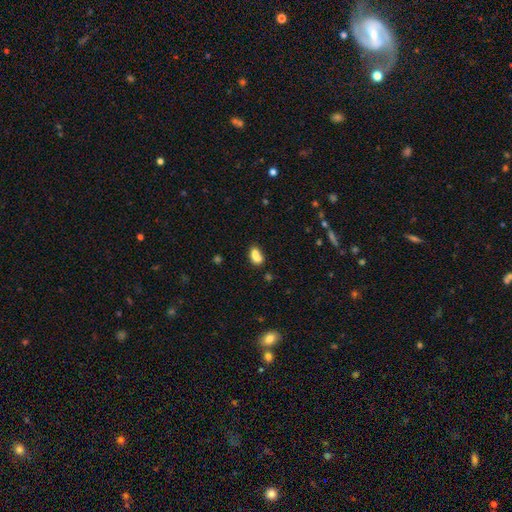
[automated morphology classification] Overall: smooth (75%). How rounded: in between (75%). Merging: merger (45%; none 35%).